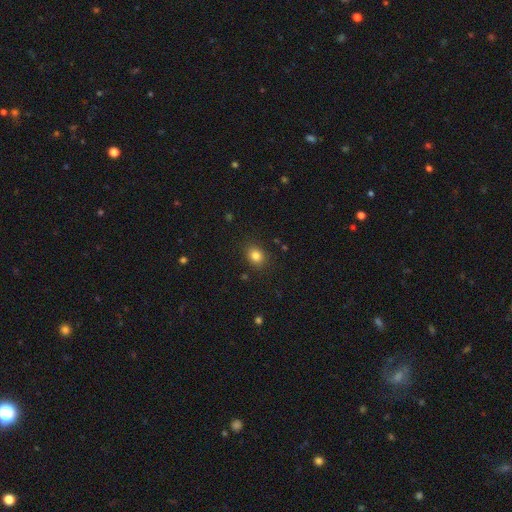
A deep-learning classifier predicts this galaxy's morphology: Q: Smooth or featured?
A: smooth (83%); runner-up: star or artifact (11%)
Q: How rounded?
A: round (52%); runner-up: in between (47%)
Q: Merging?
A: none (86%); runner-up: minor disturbance (9%)